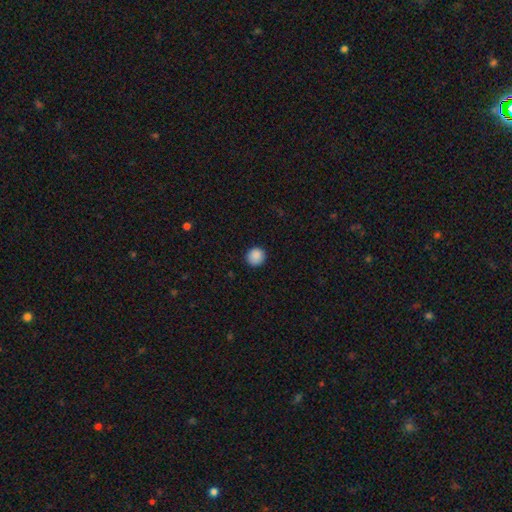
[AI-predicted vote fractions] A smooth galaxy with no disk features (89%) that is round (93%). Merging: none (91%).